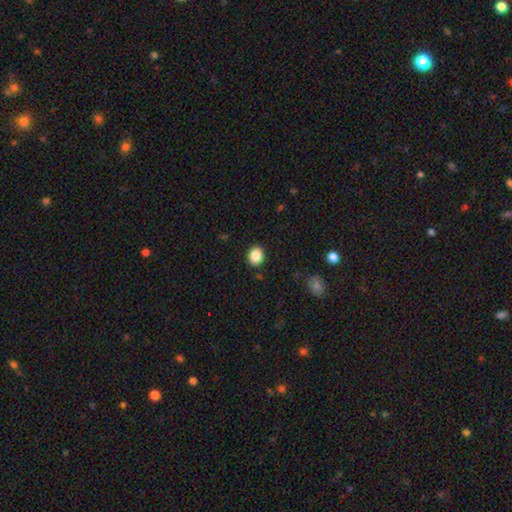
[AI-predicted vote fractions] smooth-or-featured: smooth: 86% | star or artifact: 9% | featured or disk: 5%
  how-rounded: round: 64% | in between: 36% | cigar-shaped: 1%
  merging: none: 90% | minor disturbance: 7% | major disturbance: 2% | merger: 1%